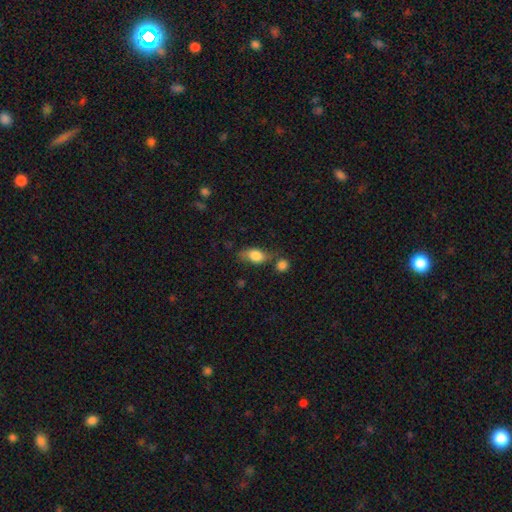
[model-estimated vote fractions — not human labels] A smooth galaxy with no disk features (75%) that is in between round and cigar-shaped (80%). Merging: none (55%).